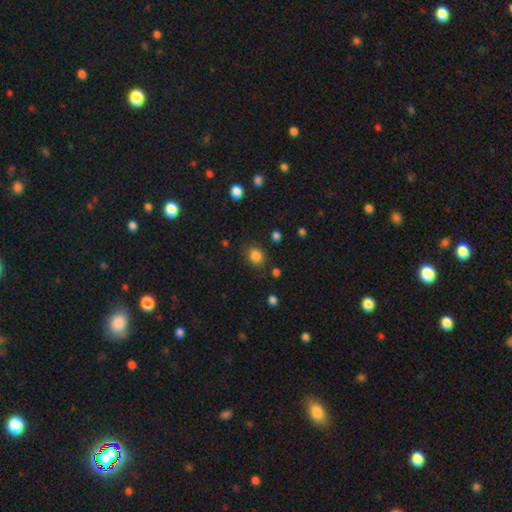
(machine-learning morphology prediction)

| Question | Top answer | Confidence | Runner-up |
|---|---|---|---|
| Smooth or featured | smooth | 83% | star or artifact (12%) |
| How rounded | round | 66% | in between (33%) |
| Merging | none | 81% | minor disturbance (13%) |